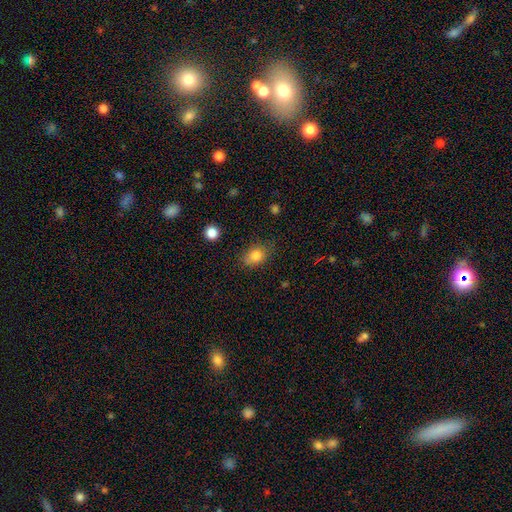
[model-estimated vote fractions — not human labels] Q: Smooth or featured?
A: smooth (82%); runner-up: star or artifact (10%)
Q: How rounded?
A: in between (67%); runner-up: round (32%)
Q: Merging?
A: none (72%); runner-up: minor disturbance (21%)